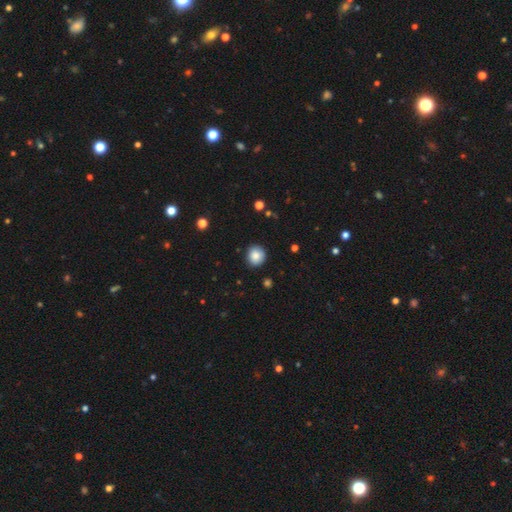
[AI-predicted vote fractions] Smooth or featured? smooth (85%)
How rounded? round (87%)
Merging? none (88%)